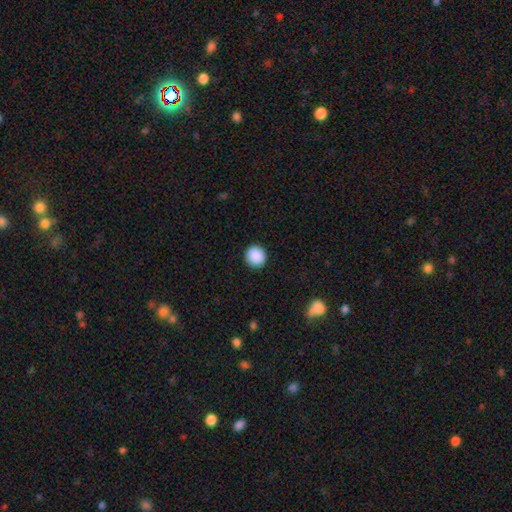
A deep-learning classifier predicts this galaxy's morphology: This appears to be a smooth galaxy with no disk features (90%) that is round (93%). Merging: none (92%).